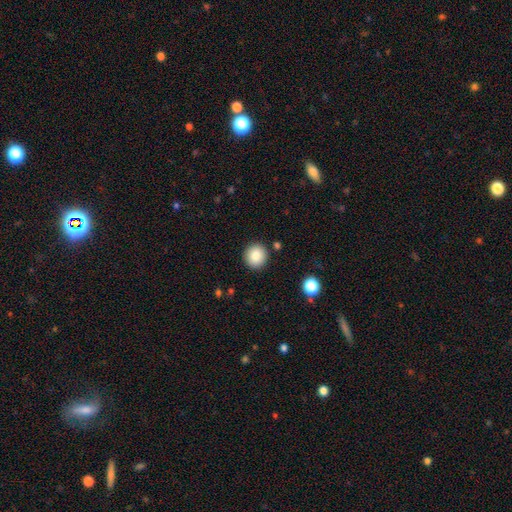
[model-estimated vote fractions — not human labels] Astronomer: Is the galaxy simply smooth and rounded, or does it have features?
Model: smooth — 84%.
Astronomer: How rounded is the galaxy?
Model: round — 93%.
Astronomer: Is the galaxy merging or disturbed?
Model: none — 90%.